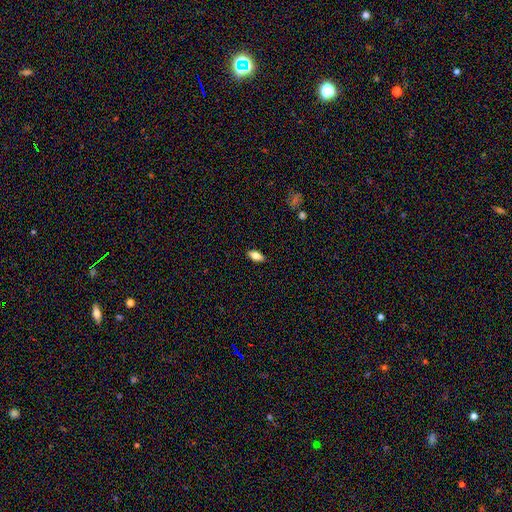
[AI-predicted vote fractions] This is likely a smooth galaxy (74%). How rounded: clearly in between (85%). Merging: clearly none (88%).